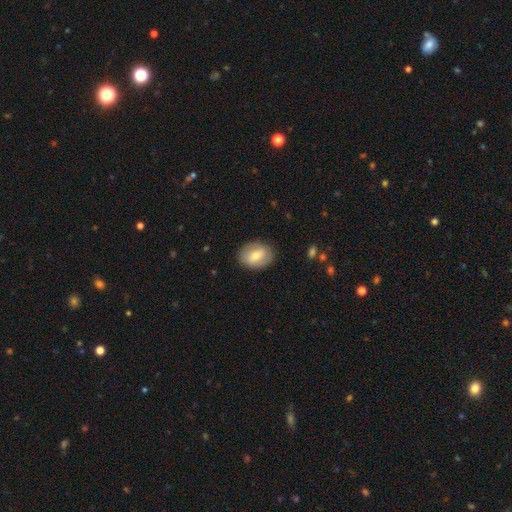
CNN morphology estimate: The model was most divided on "smooth or featured": smooth: 61%, featured or disk: 32%, star or artifact: 7%. More confident: merging — none (84%); how rounded — in between (70%).